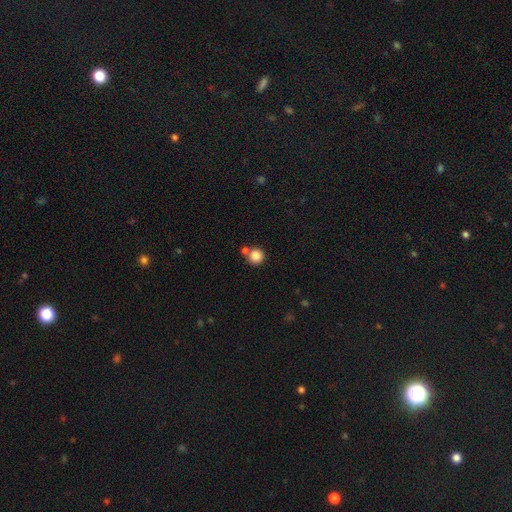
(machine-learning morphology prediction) type=smooth (86%); roundness=round (93%); merging=none (66%).